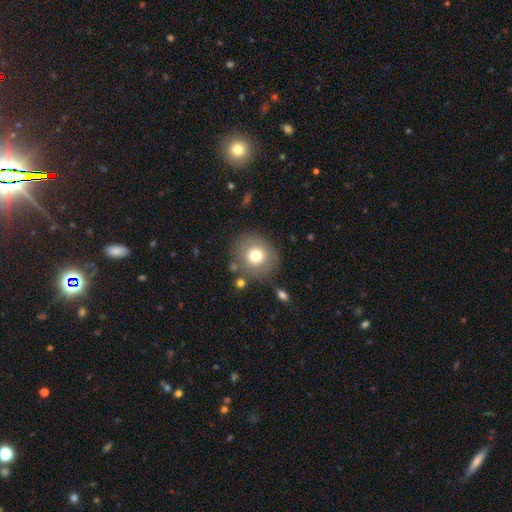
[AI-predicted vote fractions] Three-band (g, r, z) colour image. It shows a smooth galaxy with no disk features (72%) that is round (89%). Merging: none (79%).